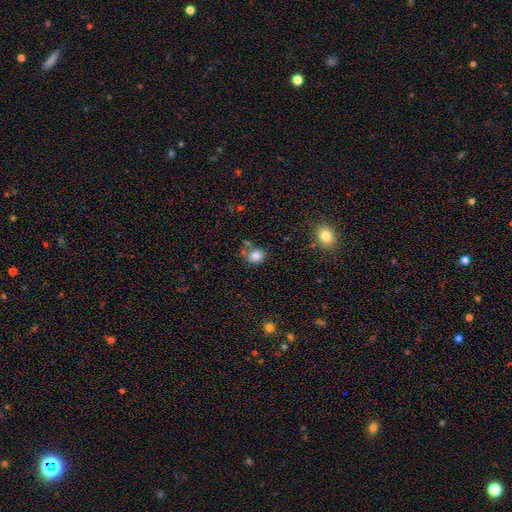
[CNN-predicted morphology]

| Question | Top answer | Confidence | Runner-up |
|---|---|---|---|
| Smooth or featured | smooth | 83% | star or artifact (11%) |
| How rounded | round | 70% | in between (29%) |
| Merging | none | 64% | minor disturbance (17%) |